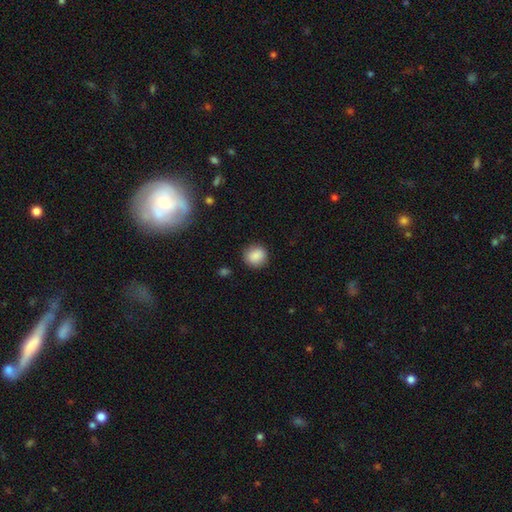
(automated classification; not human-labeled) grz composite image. It shows a smooth galaxy with no disk features (87%) that is round (87%). Merging: none (87%).